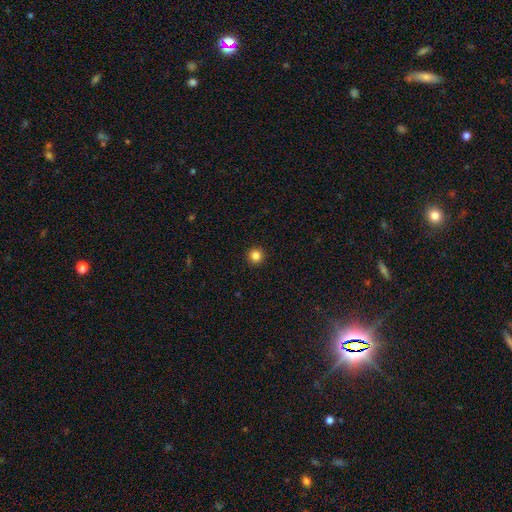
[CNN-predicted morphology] smooth_or_featured: smooth (p=0.85) [alt: star or artifact p=0.12]
how_rounded: round (p=0.96) [alt: in between p=0.03]
merging: none (p=0.94) [alt: minor disturbance p=0.04]